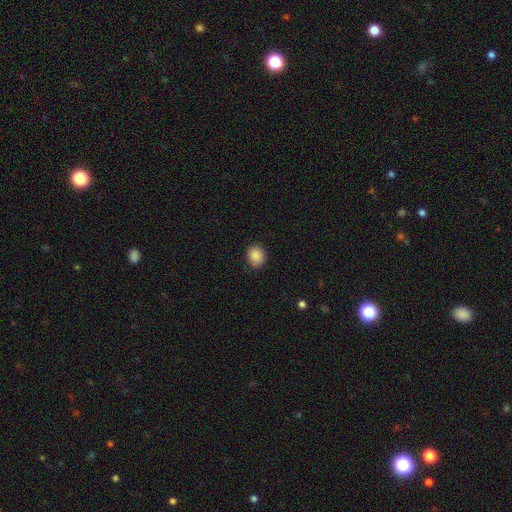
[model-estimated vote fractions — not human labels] smooth 88%, star or artifact 9%, featured or disk 3%. Down the decision tree: how rounded — round (63%); merging — none (81%).